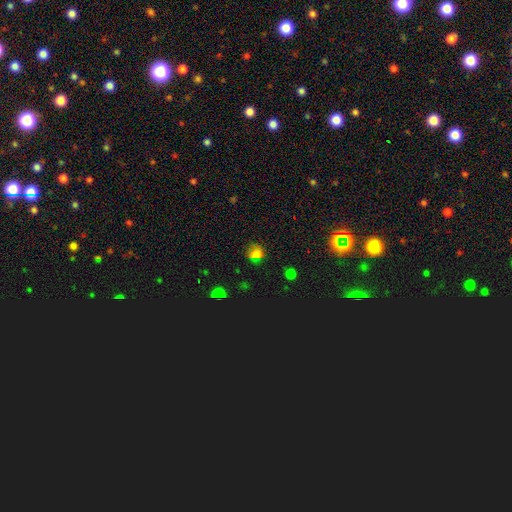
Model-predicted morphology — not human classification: smooth 58%, star or artifact 34%, featured or disk 8%. Down the decision tree: how rounded — round (68%); merging — none (70%).